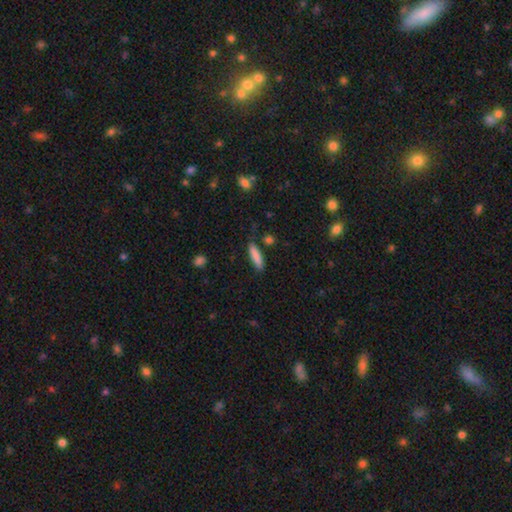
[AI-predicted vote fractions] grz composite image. It shows a smooth galaxy with no disk features (86%) that is cigar-shaped (71%). Merging: none (81%).